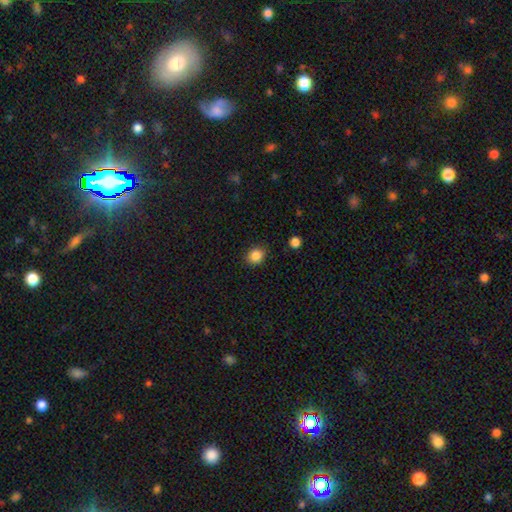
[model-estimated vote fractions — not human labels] smooth-or-featured: smooth: 86% | star or artifact: 10% | featured or disk: 4%
  how-rounded: round: 69% | in between: 31% | cigar-shaped: 1%
  merging: none: 86% | minor disturbance: 10% | major disturbance: 3% | merger: 1%